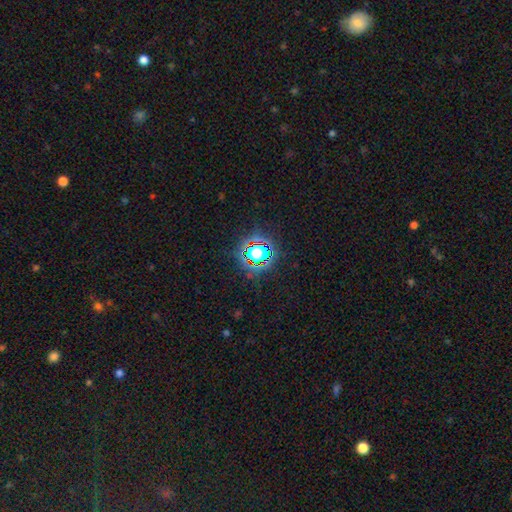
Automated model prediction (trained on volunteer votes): Overall: star or artifact (69%).